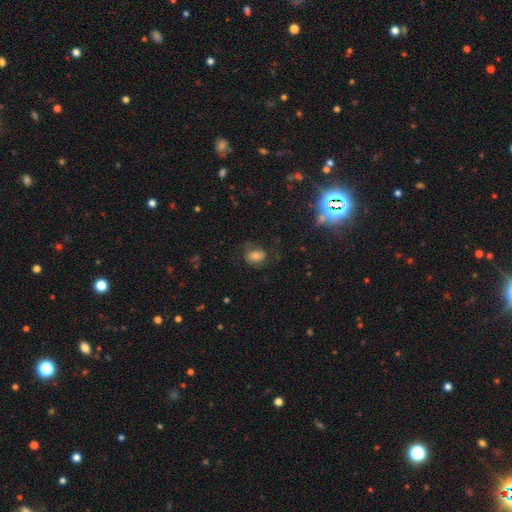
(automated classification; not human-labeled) smooth_or_featured: smooth (p=0.56) [alt: featured or disk p=0.27]
how_rounded: in between (p=0.77) [alt: round p=0.21]
merging: none (p=0.66) [alt: minor disturbance p=0.19]